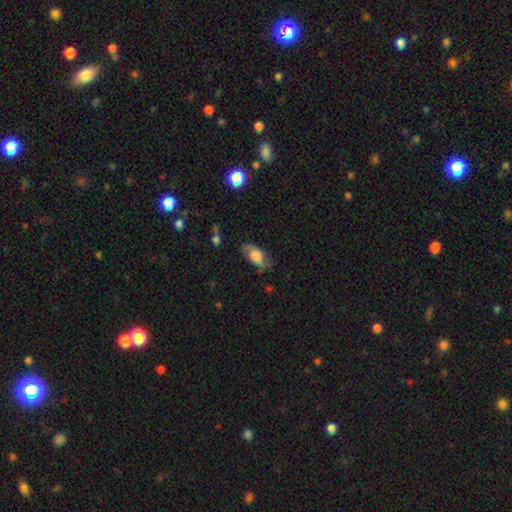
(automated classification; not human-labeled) Smooth or featured: smooth — 57% (featured or disk — 35%)
How rounded: in between — 88% (cigar-shaped — 7%)
Merging: none — 71% (minor disturbance — 20%)